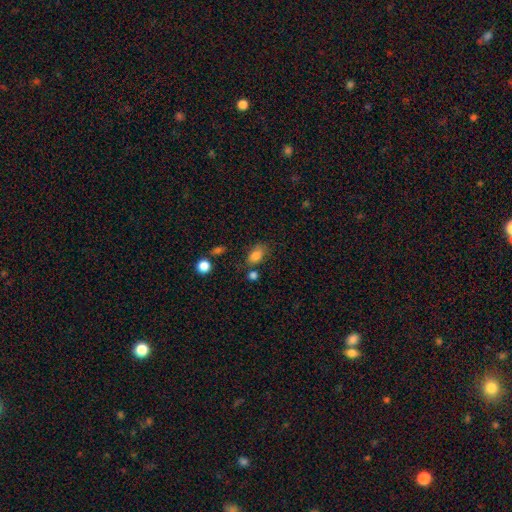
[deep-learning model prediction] This is clearly a smooth galaxy (83%). How rounded: clearly in between (84%). Merging: likely none (64%).